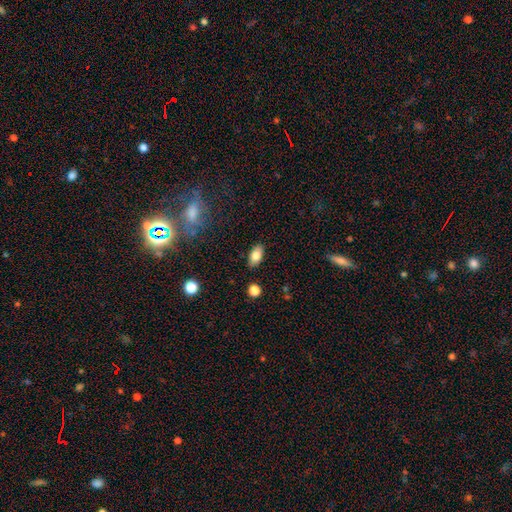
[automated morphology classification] type=smooth (80%); roundness=in between (90%); merging=none (87%).